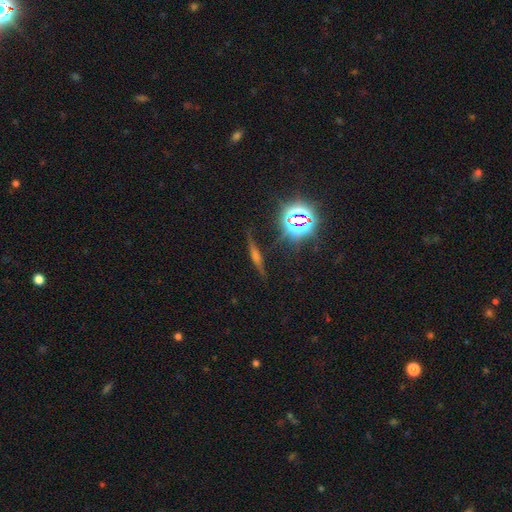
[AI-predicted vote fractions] The model was most divided on "smooth or featured": featured or disk: 46%, star or artifact: 29%, smooth: 26%. More confident: merging — none (82%).